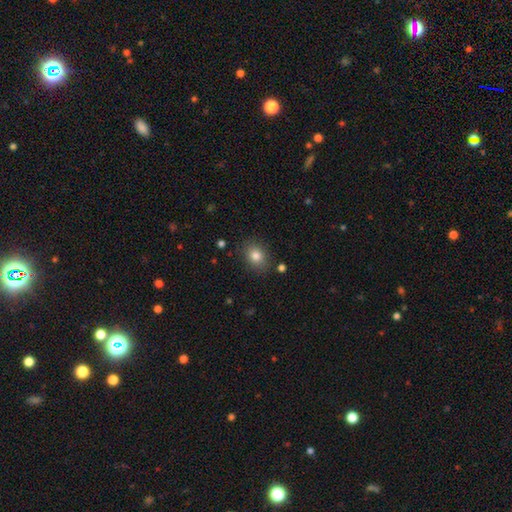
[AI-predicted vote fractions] Morphology: type=smooth (82%); roundness=in between (53%); merging=none (84%).